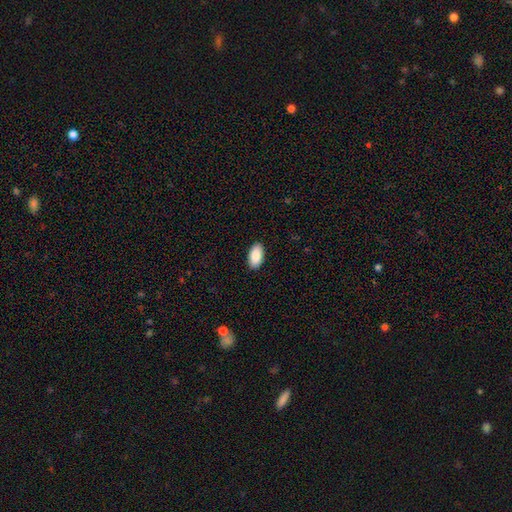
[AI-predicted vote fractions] Smooth or featured? Predicted: smooth (p=0.89). How rounded? Predicted: in between (p=0.95). Merging? Predicted: none (p=0.90).